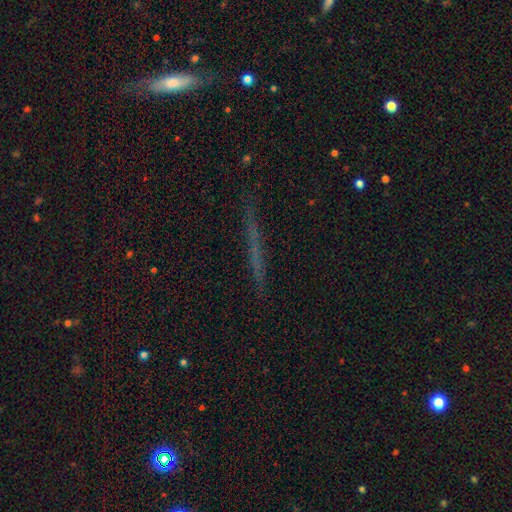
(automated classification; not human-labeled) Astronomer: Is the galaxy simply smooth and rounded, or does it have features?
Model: featured or disk — 43% (runner-up: smooth, 37%).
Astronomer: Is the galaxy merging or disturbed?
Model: none — 84%.